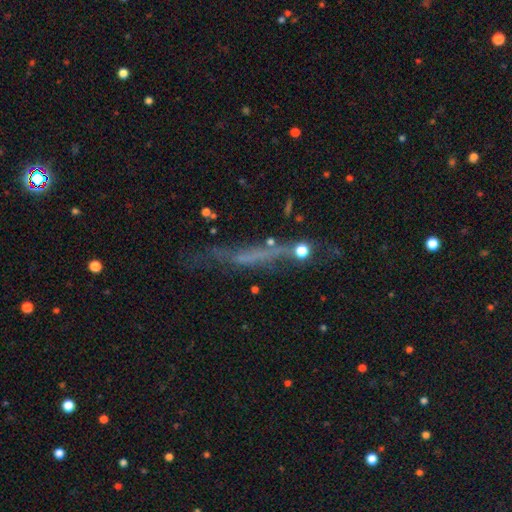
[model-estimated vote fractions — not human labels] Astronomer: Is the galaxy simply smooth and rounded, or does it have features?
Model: featured or disk — 41% (runner-up: smooth, 35%).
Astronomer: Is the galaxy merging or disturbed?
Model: none — 58%.